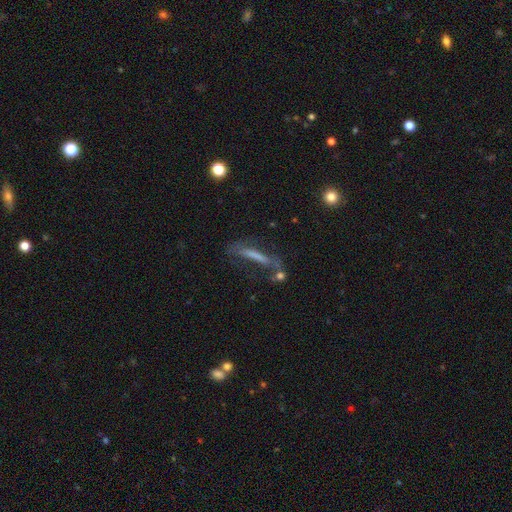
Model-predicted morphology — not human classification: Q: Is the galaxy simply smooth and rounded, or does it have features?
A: smooth — 45%.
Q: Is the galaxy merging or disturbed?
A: none — 51%.